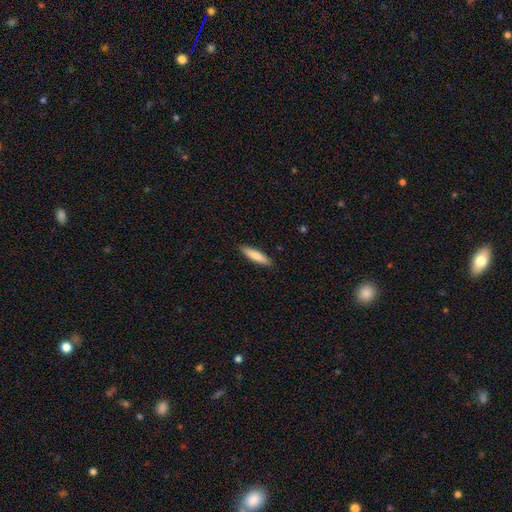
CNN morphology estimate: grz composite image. It shows a smooth galaxy with no disk features (79%) that is cigar-shaped (77%). Merging: none (89%).